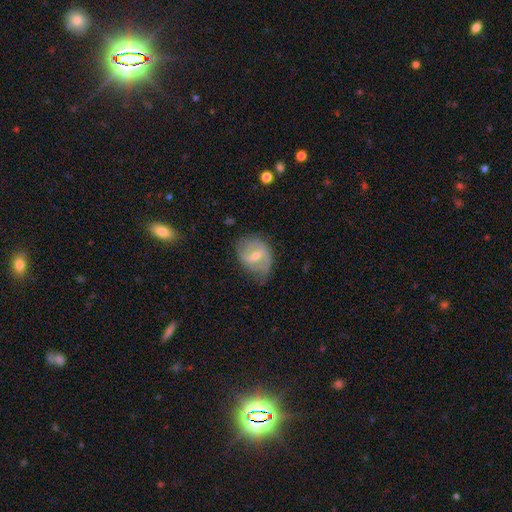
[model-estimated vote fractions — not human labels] Overall: featured or disk (70%). Edge-on disk: no (97%). Bar: weak (57%; strong 23%). Spiral arms: yes (87%). Spiral arm count: 2 (77%). Spiral winding: medium (44%; loose 34%). Bulge size: moderate (50%; small 46%). Merging: none (60%; minor disturbance 28%).